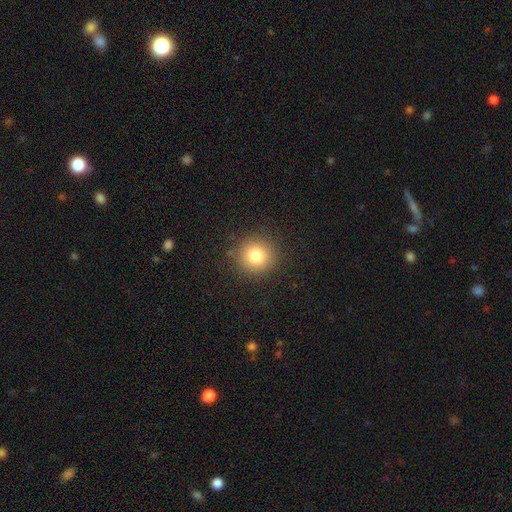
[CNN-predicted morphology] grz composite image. It shows a smooth galaxy with no disk features (80%) that is round (92%). Merging: none (89%).